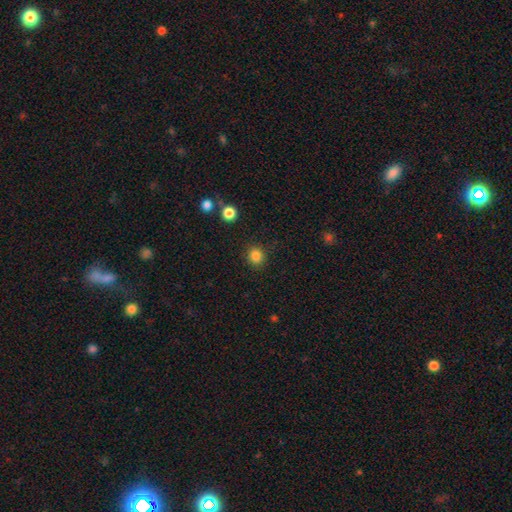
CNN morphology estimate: Smooth or featured: smooth — 84% (star or artifact — 12%)
How rounded: round — 86% (in between — 13%)
Merging: none — 89% (minor disturbance — 7%)